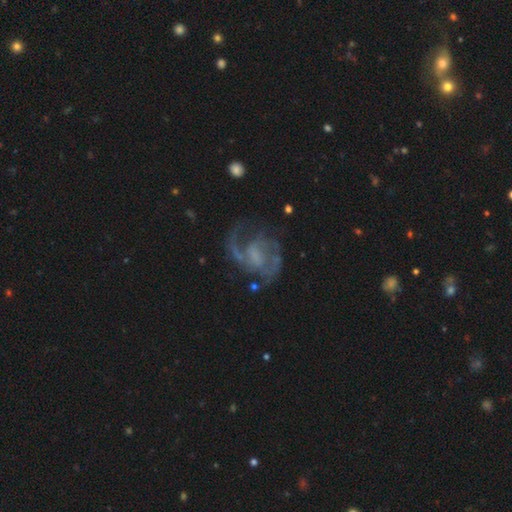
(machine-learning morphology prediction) Smooth or featured? featured or disk (84%)
Edge-on disk? no (98%)
Bar? weak (47%)
Spiral arms? yes (93%)
Spiral winding? medium (53%)
Spiral arm count? 2 (71%)
Bulge size? none (48%)
Merging? none (59%)